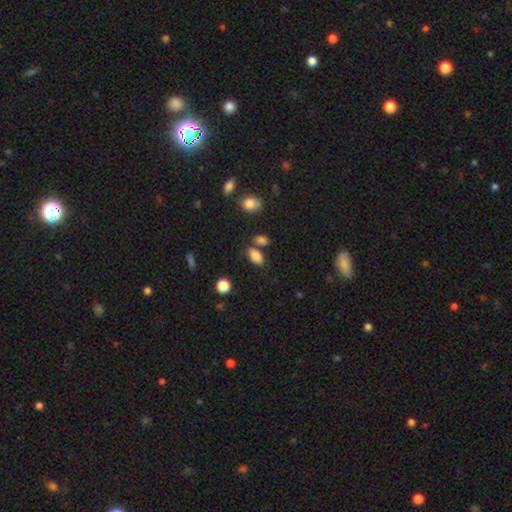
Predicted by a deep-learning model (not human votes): Q: Smooth or featured?
A: smooth (85%); runner-up: star or artifact (10%)
Q: How rounded?
A: in between (90%); runner-up: round (6%)
Q: Merging?
A: none (65%); runner-up: merger (17%)